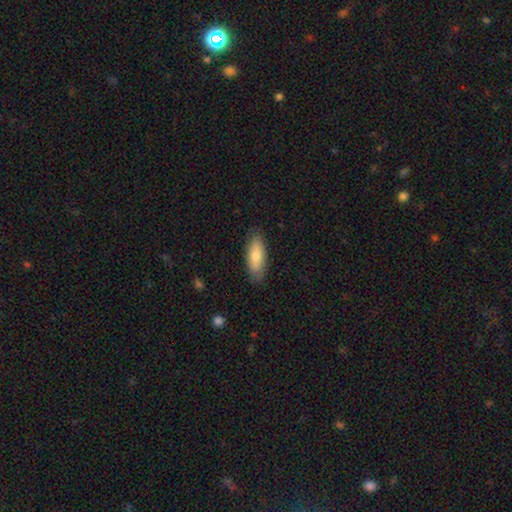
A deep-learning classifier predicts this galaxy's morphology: This is likely a smooth galaxy (79%). How rounded: likely in between (73%). Merging: clearly none (84%).